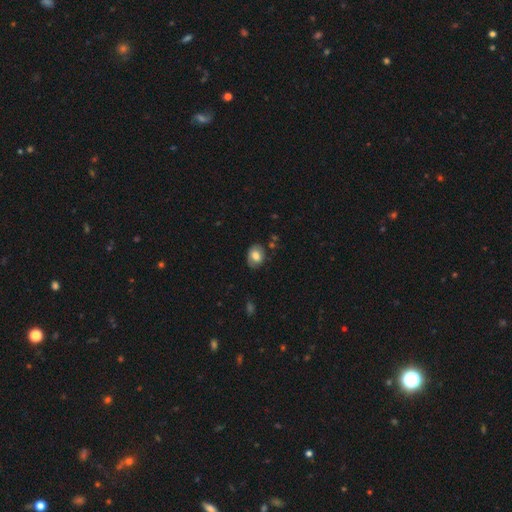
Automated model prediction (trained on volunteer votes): This appears to be a smooth galaxy with no disk features (75%) that is in between round and cigar-shaped (63%). Merging: none (75%).